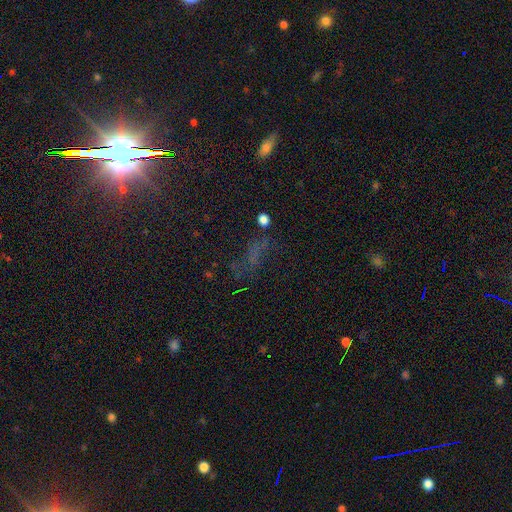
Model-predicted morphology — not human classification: A star or artifact, not a galaxy (62%).